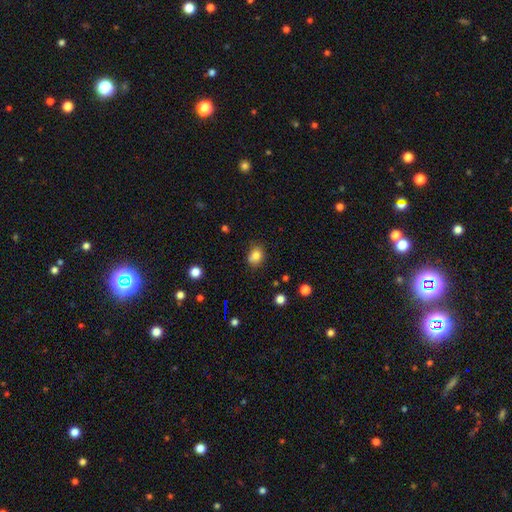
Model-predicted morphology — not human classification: Overall: smooth (80%). How rounded: round (52%; in between 47%). Merging: none (74%).